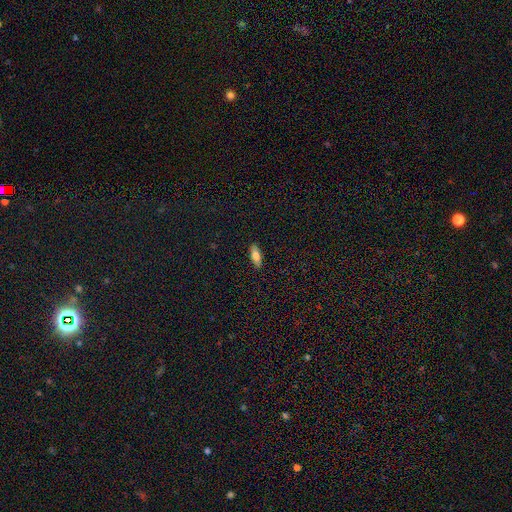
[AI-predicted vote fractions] Overall: smooth (77%). How rounded: in between (71%). Merging: none (88%).